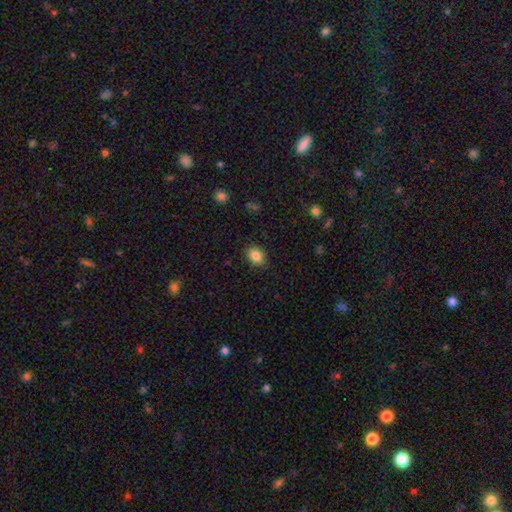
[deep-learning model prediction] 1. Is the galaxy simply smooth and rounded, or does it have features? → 87% smooth, 9% star or artifact, 4% featured or disk.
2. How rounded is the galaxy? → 76% in between, 23% round, 1% cigar-shaped.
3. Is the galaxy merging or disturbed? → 88% none, 9% minor disturbance, 2% major disturbance, 1% merger.